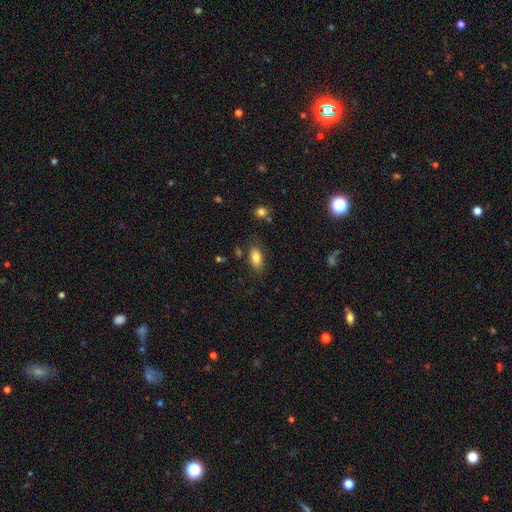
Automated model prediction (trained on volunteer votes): This is clearly a smooth galaxy (81%). How rounded: clearly in between (89%). Merging: likely none (75%).